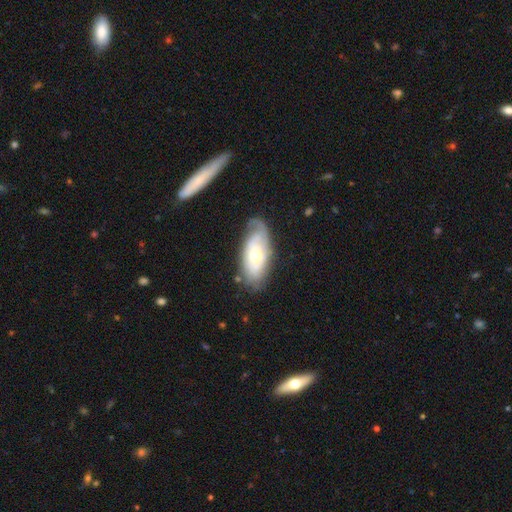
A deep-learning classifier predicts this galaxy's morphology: featured or disk 62%, smooth 32%, star or artifact 6%. Down the decision tree: edge-on disk — no (88%); bar — no (80%); spiral arms — yes (72%); bulge size — moderate (69%); merging — none (61%).